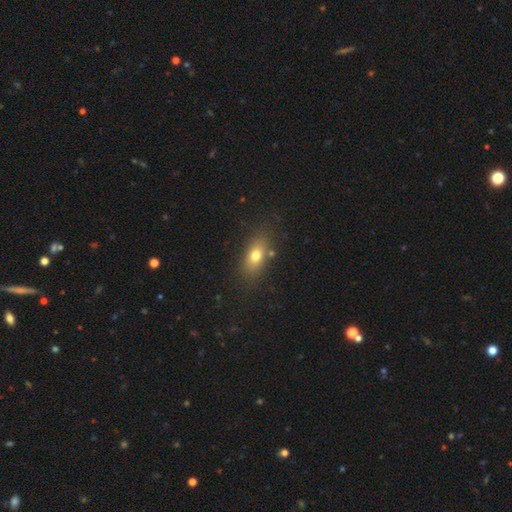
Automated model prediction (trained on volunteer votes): smooth-or-featured: smooth: 74% | featured or disk: 16% | star or artifact: 11%
  how-rounded: in between: 79% | round: 13% | cigar-shaped: 8%
  merging: none: 78% | minor disturbance: 13% | major disturbance: 5% | merger: 4%